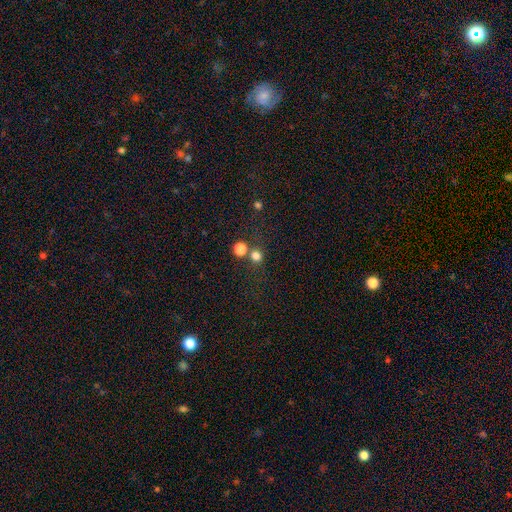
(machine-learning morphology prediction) This appears to be a smooth galaxy with no disk features (75%) that is round (89%). Merging: none (67%).